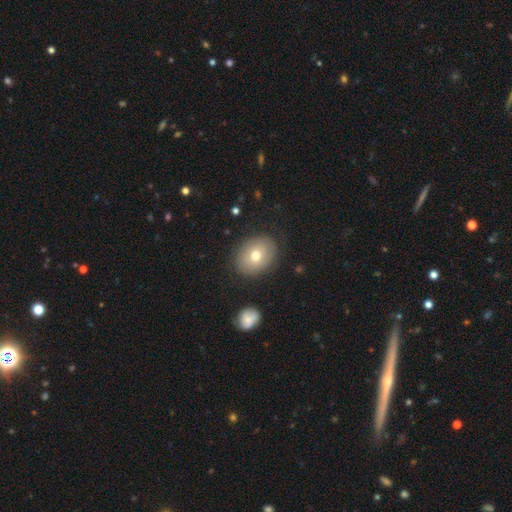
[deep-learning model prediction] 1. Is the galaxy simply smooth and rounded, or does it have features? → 73% smooth, 19% featured or disk, 9% star or artifact.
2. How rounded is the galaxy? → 60% in between, 39% round, 1% cigar-shaped.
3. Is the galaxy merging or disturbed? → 85% none, 10% minor disturbance, 3% major disturbance, 2% merger.